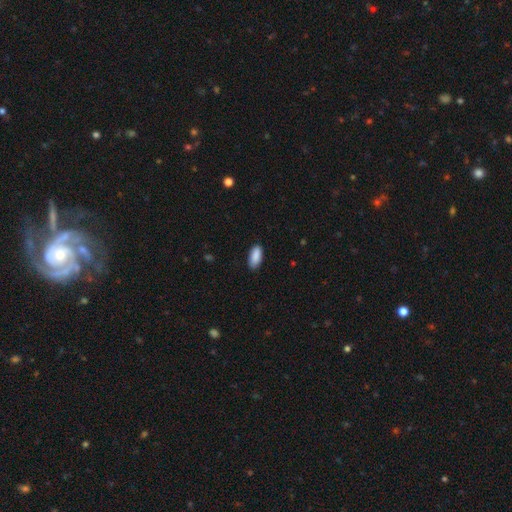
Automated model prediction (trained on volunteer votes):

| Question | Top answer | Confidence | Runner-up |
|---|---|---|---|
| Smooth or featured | smooth | 90% | star or artifact (6%) |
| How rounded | in between | 89% | cigar-shaped (9%) |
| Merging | none | 86% | minor disturbance (11%) |